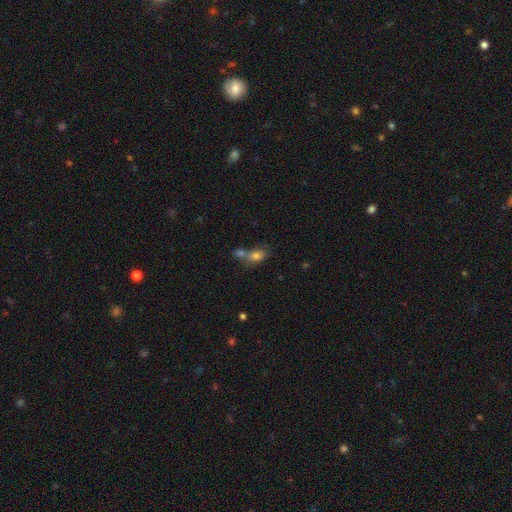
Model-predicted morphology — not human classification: smooth 76%, featured or disk 12%, star or artifact 12%. Down the decision tree: how rounded — in between (79%); merging — merger (53%).